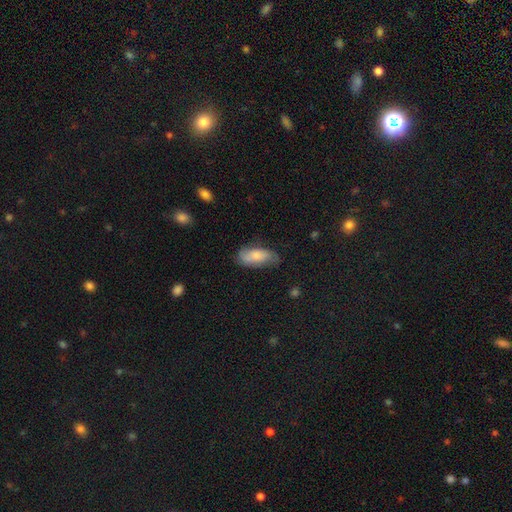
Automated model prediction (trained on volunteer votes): The model was most divided on "merging": none: 63%, minor disturbance: 28%, major disturbance: 7%, merger: 2%. More confident: how rounded — in between (82%); smooth or featured — smooth (74%).